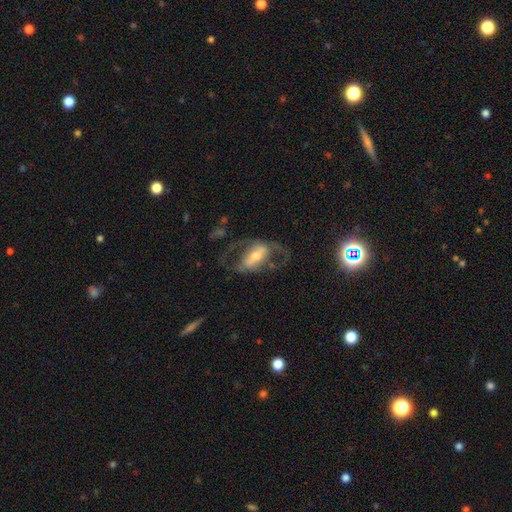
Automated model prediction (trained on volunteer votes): Morphology: type=featured or disk (71%); edge-on=no (91%); bar=strong (45%); spiral arms=yes (67%); bulge=moderate (53%); merging=none (52%).